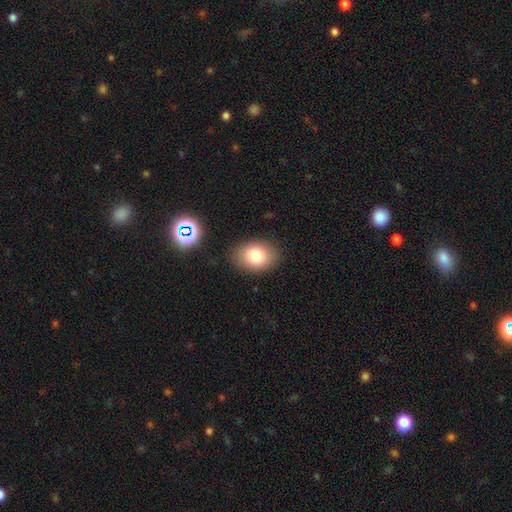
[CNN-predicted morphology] The model was most divided on "how rounded": in between: 69%, round: 30%, cigar-shaped: 1%. More confident: merging — none (85%); smooth or featured — smooth (79%).